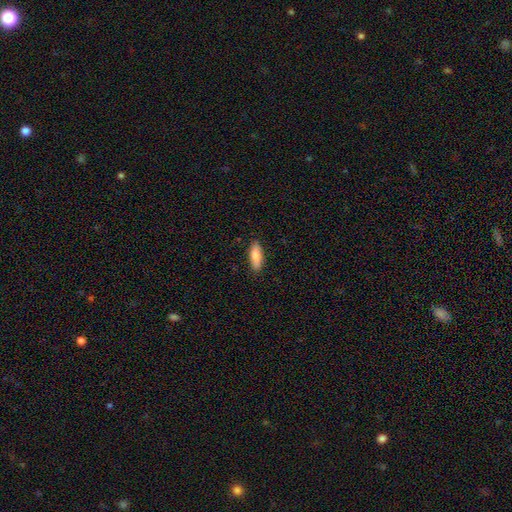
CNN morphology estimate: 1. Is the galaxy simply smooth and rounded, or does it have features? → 82% smooth, 12% featured or disk, 6% star or artifact.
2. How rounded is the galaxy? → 61% in between, 37% cigar-shaped, 2% round.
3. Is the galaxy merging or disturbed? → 87% none, 10% minor disturbance, 2% major disturbance, 1% merger.